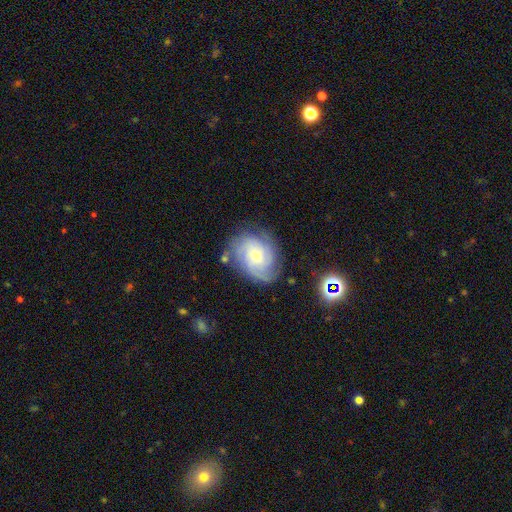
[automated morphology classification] The model was most divided on "spiral arm count": 3: 31%, can't tell: 24%, 4: 21%, 2: 13%, more than 4: 6%, 1: 5%. More confident: edge-on disk — no (97%); spiral arms — yes (96%); smooth or featured — featured or disk (79%); bar — no (73%); merging — none (72%); bulge size — small (66%); spiral winding — tight (60%).